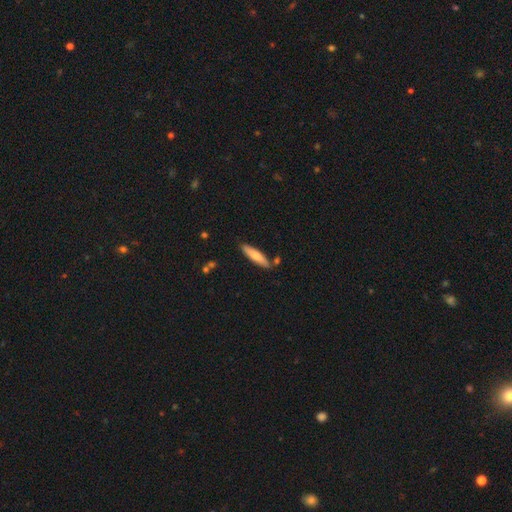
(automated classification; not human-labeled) Overall: smooth (71%). How rounded: cigar-shaped (79%). Merging: none (83%).